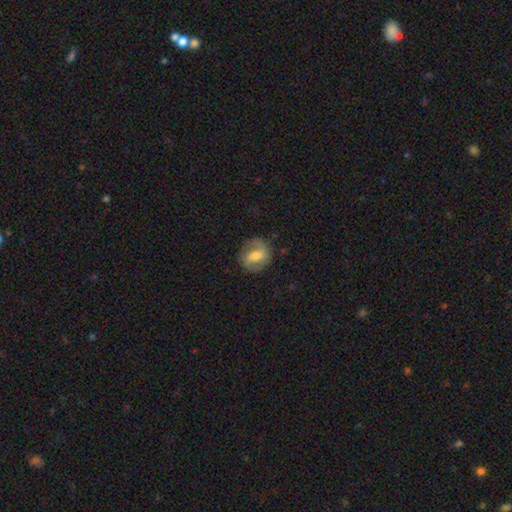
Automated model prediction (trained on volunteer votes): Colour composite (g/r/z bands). It shows a featured or disk galaxy (58%) with a weak bar (46%), spiral arms (81%) and a moderate central bulge (59%). Merging: none (79%).